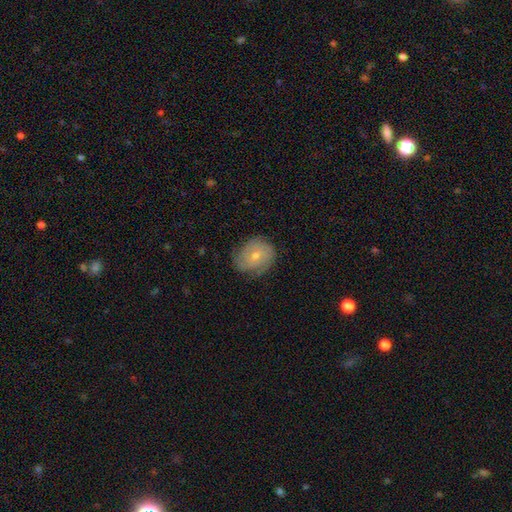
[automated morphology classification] featured or disk 62%, smooth 31%, star or artifact 7%. Down the decision tree: edge-on disk — no (97%); bar — no (72%); spiral arms — yes (88%); spiral arm count — can't tell (35%); spiral winding — tight (63%); bulge size — small (52%); merging — none (76%).